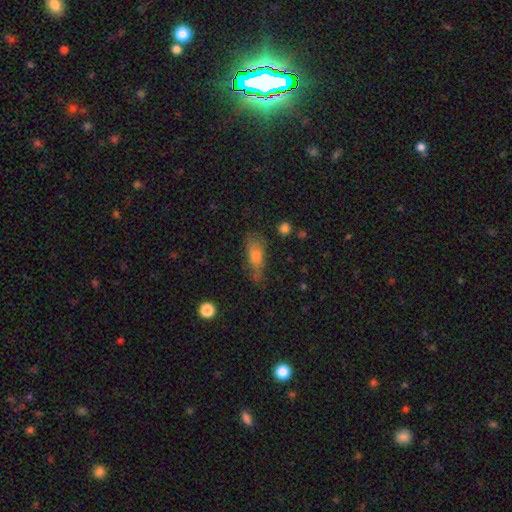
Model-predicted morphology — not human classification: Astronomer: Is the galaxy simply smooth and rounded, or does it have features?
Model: smooth — 69%.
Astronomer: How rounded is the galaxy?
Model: in between — 62%.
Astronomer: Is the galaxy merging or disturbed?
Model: none — 56%.